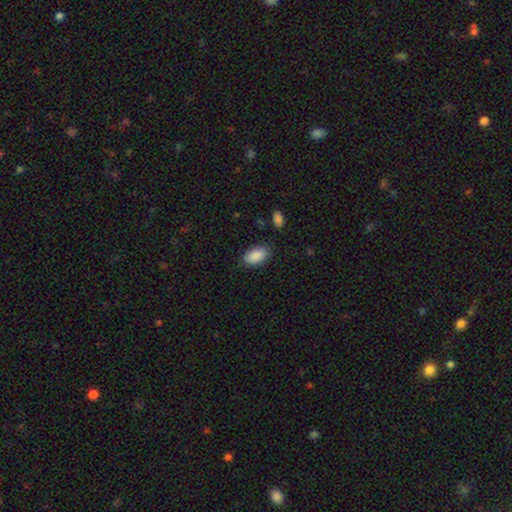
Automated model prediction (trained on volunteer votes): Smooth or featured?
  - smooth: 90% *
  - star or artifact: 6%
  - featured or disk: 4%
How rounded?
  - in between: 94% *
  - round: 4%
  - cigar-shaped: 2%
Merging?
  - none: 85% *
  - minor disturbance: 11%
  - major disturbance: 3%
  - merger: 2%